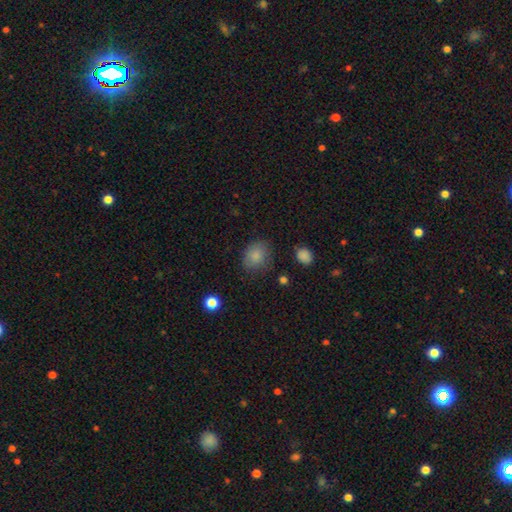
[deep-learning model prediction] The model was most divided on "how rounded": round: 53%, in between: 46%, cigar-shaped: 1%. More confident: smooth or featured — smooth (84%); merging — none (75%).